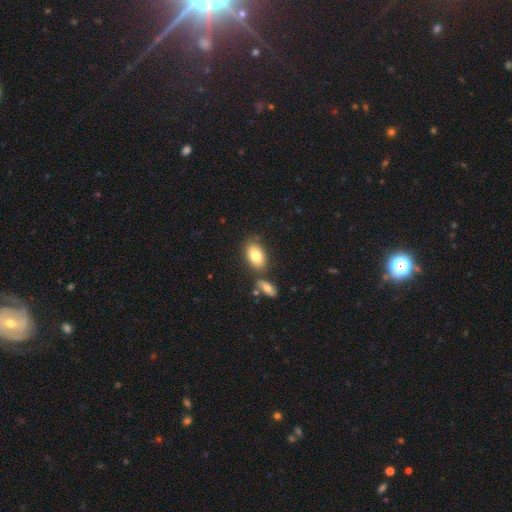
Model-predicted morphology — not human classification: A smooth galaxy with no disk features (80%) that is in between round and cigar-shaped (91%).

Vote fractions:
- Smooth or featured? smooth: 80% / featured or disk: 13% / star or artifact: 7%
- How rounded? in between: 91% / round: 6% / cigar-shaped: 3%
- Merging? none: 69% / merger: 16% / minor disturbance: 12% / major disturbance: 3%